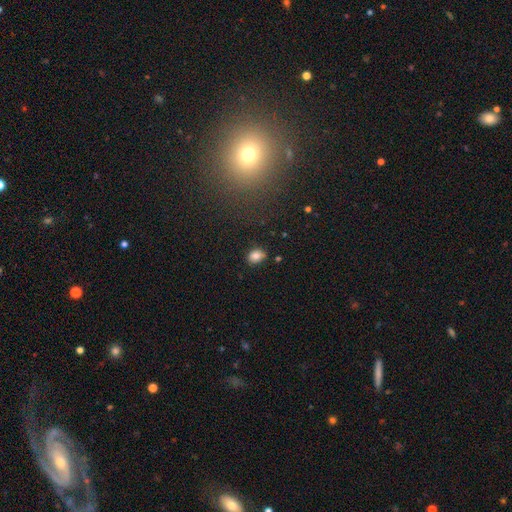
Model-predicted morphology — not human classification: Overall: smooth (83%). How rounded: in between (69%; round 30%). Merging: none (79%).